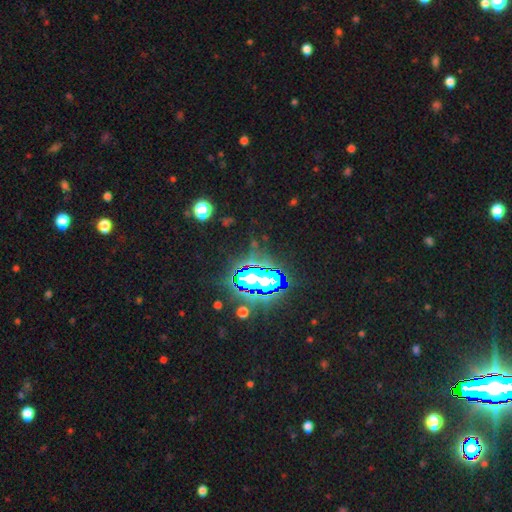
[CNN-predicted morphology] Overall: star or artifact (73%).